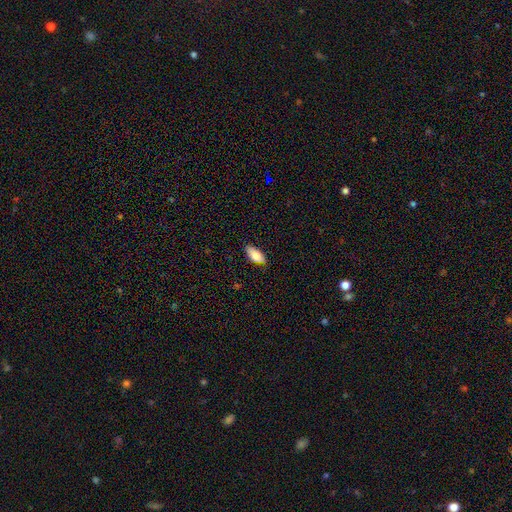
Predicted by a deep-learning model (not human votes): The model was most divided on "merging": none: 80%, minor disturbance: 17%, major disturbance: 3%, merger: 1%. More confident: how rounded — in between (88%); smooth or featured — smooth (83%).